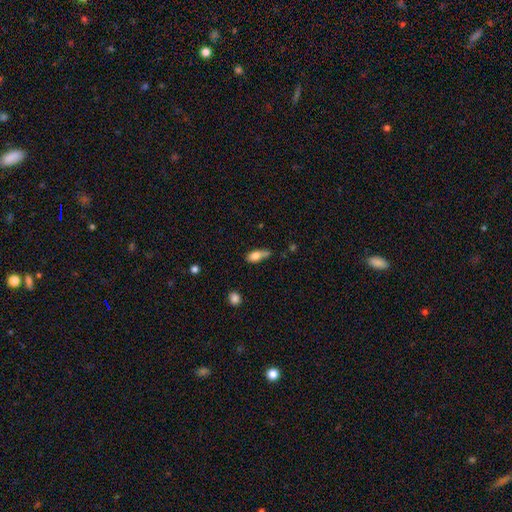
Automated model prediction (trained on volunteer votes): smooth 77%, featured or disk 15%, star or artifact 8%. Down the decision tree: how rounded — in between (77%); merging — minor disturbance (39%, tied with none).